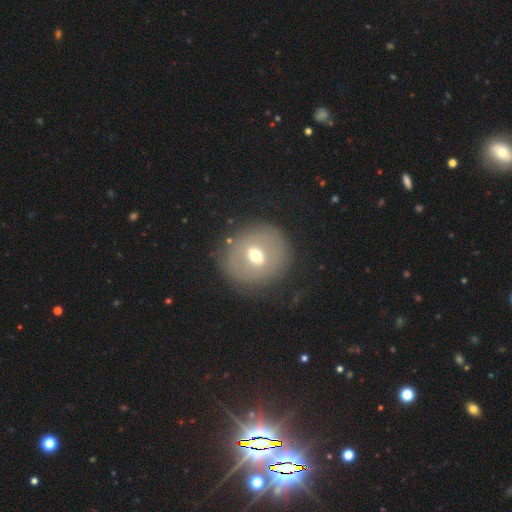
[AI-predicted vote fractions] A smooth galaxy with no disk features (50%). Merging: none (78%).